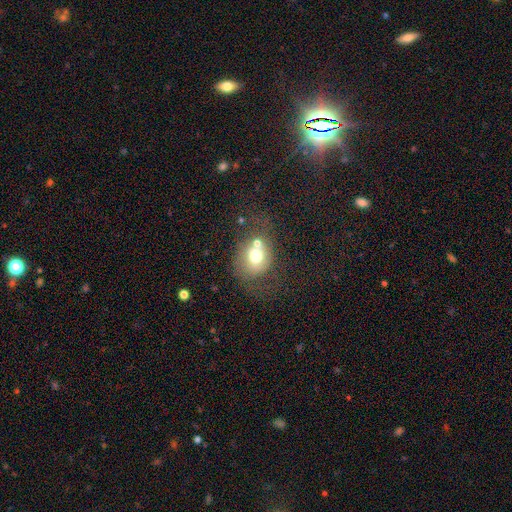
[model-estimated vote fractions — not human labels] Smooth or featured?
  - smooth: 59% *
  - featured or disk: 30%
  - star or artifact: 11%
How rounded?
  - round: 58% *
  - in between: 41%
  - cigar-shaped: 1%
Merging?
  - none: 40% *
  - merger: 25%
  - minor disturbance: 19%
  - major disturbance: 15%